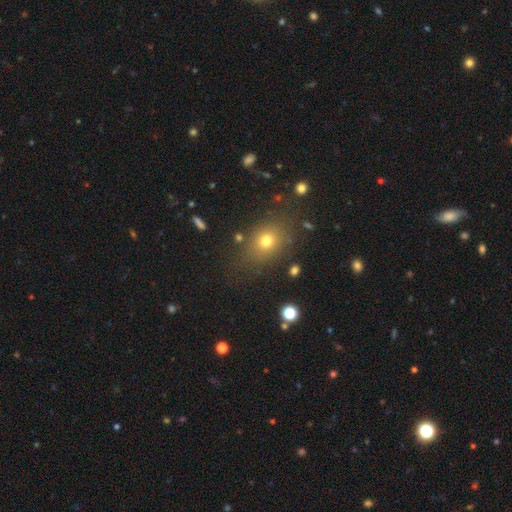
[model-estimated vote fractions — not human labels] This is likely a smooth galaxy (62%). How rounded: possibly in between (50%). Merging: clearly none (84%).